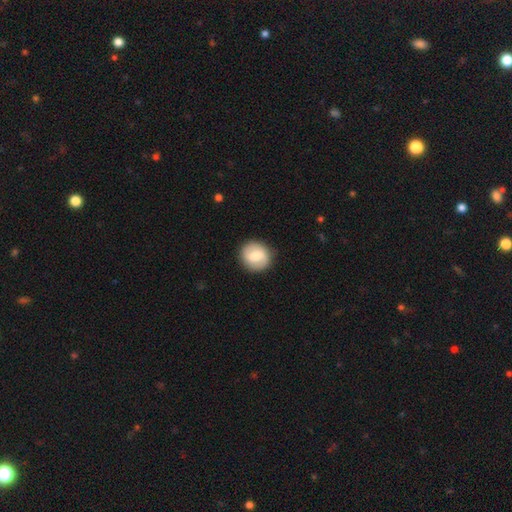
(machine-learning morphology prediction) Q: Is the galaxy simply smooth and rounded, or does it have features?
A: smooth — 55%.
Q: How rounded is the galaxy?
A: round — 86%.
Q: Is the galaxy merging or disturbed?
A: none — 89%.